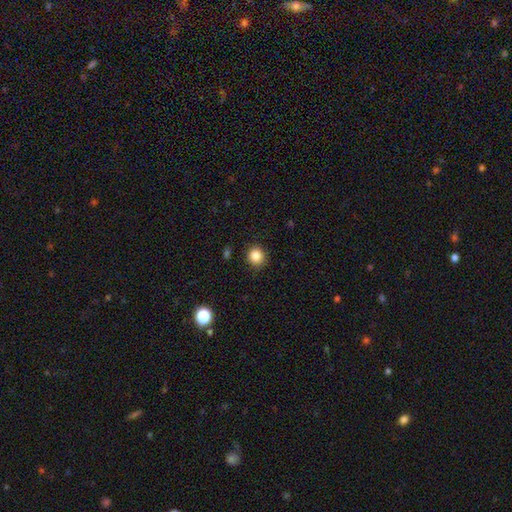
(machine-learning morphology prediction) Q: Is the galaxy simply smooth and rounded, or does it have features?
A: smooth — 85%.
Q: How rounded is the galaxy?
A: round — 90%.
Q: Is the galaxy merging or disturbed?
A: none — 88%.